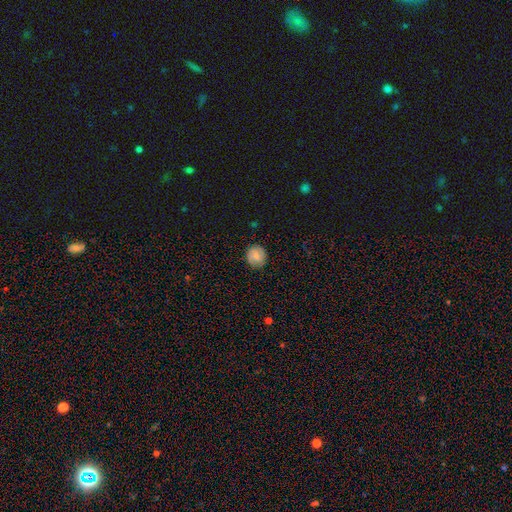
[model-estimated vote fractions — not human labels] smooth-or-featured: smooth: 71% | featured or disk: 20% | star or artifact: 9%
  how-rounded: round: 84% | in between: 15% | cigar-shaped: 1%
  merging: none: 84% | minor disturbance: 12% | major disturbance: 3% | merger: 1%